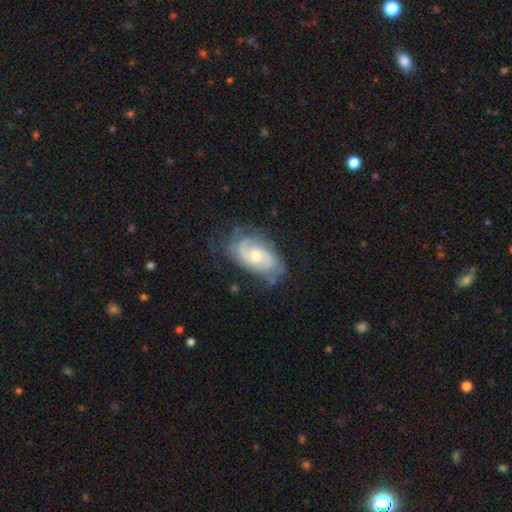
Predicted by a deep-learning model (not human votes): A featured or disk galaxy (81%) with no bar (59%), 2 (67%) tight (44%) spiral arms (95%) and a moderate central bulge (48%). Merging: none (69%).